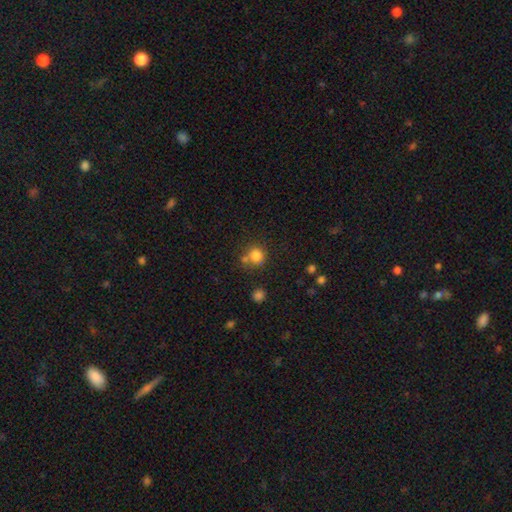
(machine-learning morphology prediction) A smooth galaxy with no disk features (81%) that is round (91%).

Vote fractions:
- Smooth or featured? smooth: 81% / star or artifact: 12% / featured or disk: 7%
- How rounded? round: 91% / in between: 8% / cigar-shaped: 1%
- Merging? none: 65% / merger: 20% / minor disturbance: 10% / major disturbance: 4%